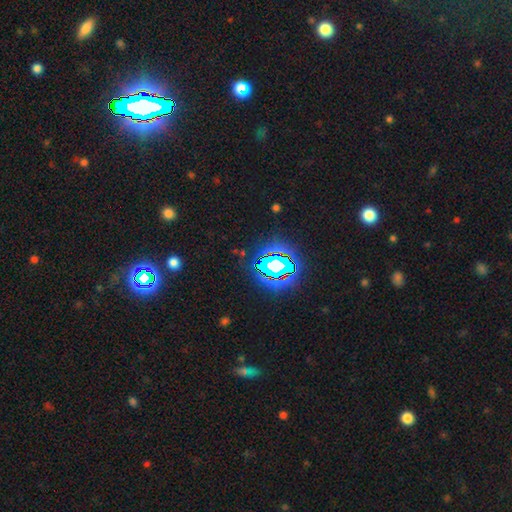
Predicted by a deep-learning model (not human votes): smooth-or-featured: star or artifact: 82% | smooth: 11% | featured or disk: 7%